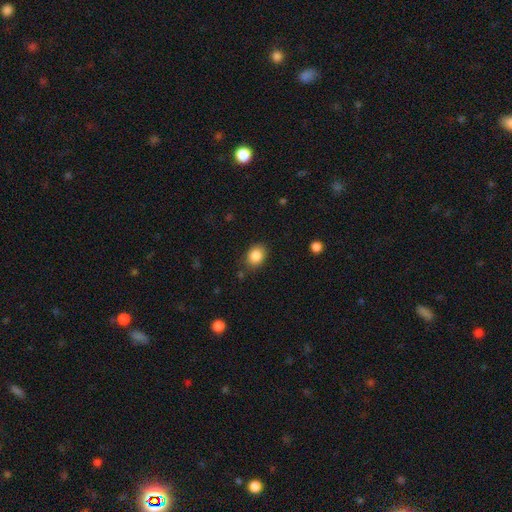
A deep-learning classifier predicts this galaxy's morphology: A smooth galaxy with no disk features (86%) that is in between round and cigar-shaped (60%).

Vote fractions:
- Smooth or featured? smooth: 86% / star or artifact: 9% / featured or disk: 5%
- How rounded? in between: 60% / round: 39% / cigar-shaped: 1%
- Merging? none: 82% / minor disturbance: 13% / major disturbance: 3% / merger: 2%